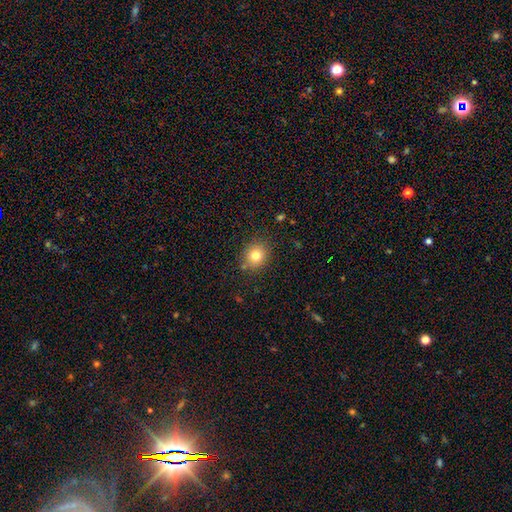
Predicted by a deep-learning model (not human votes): smooth_or_featured: smooth (p=0.79) [alt: star or artifact p=0.12]
how_rounded: round (p=0.76) [alt: in between p=0.23]
merging: none (p=0.84) [alt: minor disturbance p=0.10]